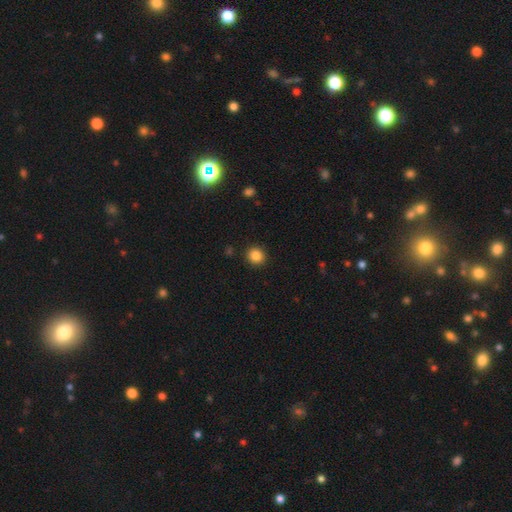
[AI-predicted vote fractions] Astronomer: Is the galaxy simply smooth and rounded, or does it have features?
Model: smooth — 86%.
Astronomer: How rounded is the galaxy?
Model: round — 87%.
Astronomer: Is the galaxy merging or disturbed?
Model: none — 91%.